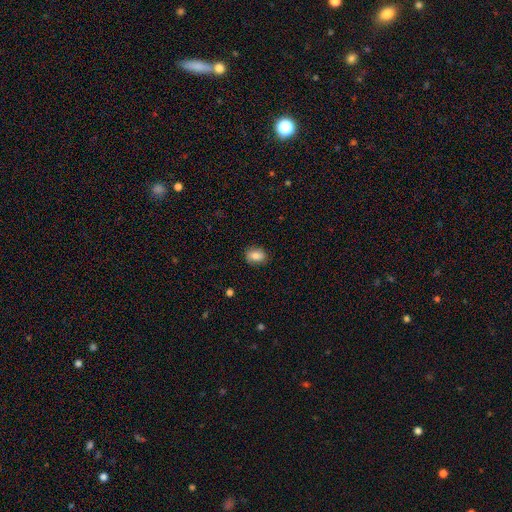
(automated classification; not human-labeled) The model was most divided on "how rounded": in between: 69%, round: 30%, cigar-shaped: 1%. More confident: merging — none (85%); smooth or featured — smooth (82%).